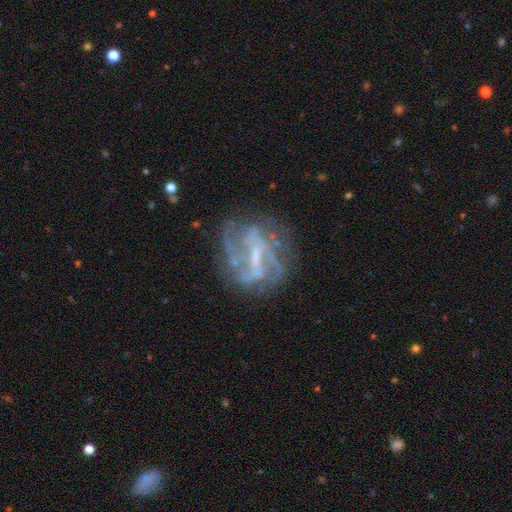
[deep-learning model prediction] The model was most divided on "bar": strong: 42%, weak: 40%, no: 17%. Remaining: edge-on disk — no (97%); smooth or featured — featured or disk (80%); spiral arms — yes (78%); merging — none (59%); bulge size — small (45%); spiral winding — medium (41%); spiral arm count — can't tell (34%).